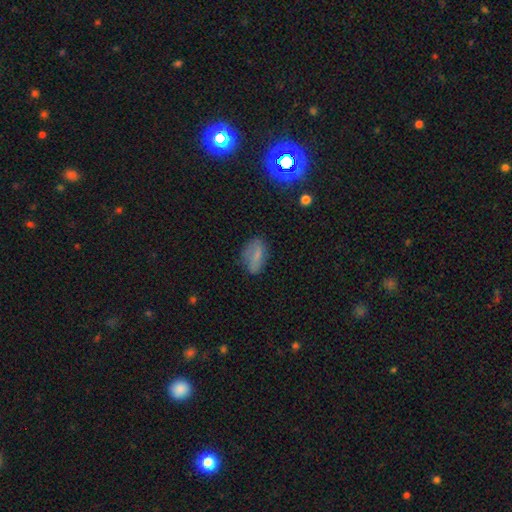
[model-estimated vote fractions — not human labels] The model was most divided on "merging": none: 66%, minor disturbance: 23%, major disturbance: 8%, merger: 2%. More confident: how rounded — in between (86%); smooth or featured — smooth (66%).